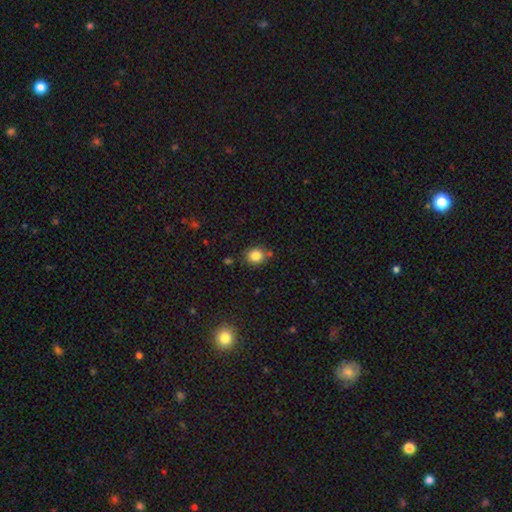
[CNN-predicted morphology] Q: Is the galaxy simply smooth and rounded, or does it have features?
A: smooth — 83%.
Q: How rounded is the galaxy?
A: round — 70%.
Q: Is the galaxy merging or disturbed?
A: none — 77%.